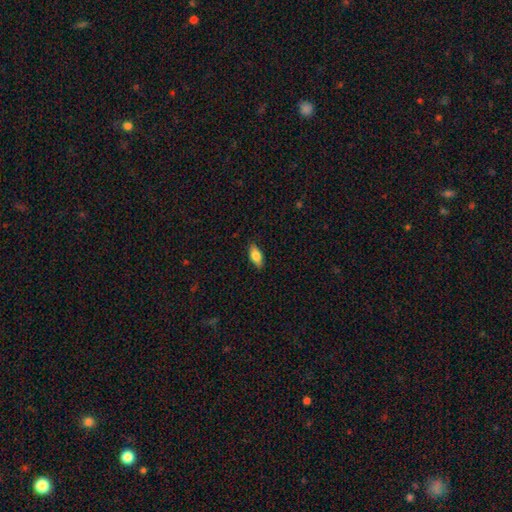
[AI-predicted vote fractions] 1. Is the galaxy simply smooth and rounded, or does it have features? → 78% smooth, 15% featured or disk, 7% star or artifact.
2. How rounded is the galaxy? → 86% in between, 11% cigar-shaped, 3% round.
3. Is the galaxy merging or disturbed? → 86% none, 11% minor disturbance, 2% major disturbance, 1% merger.